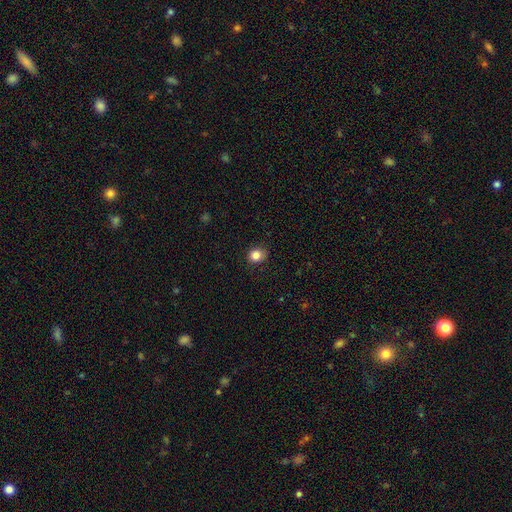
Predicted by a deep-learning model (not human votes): Morphology: type=smooth (84%); roundness=round (74%); merging=none (84%).